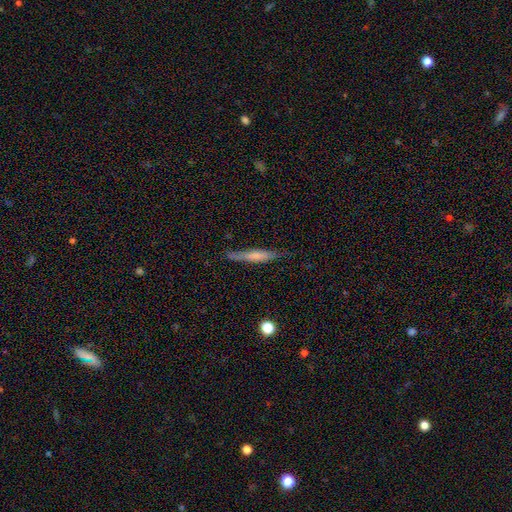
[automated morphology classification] Overall: smooth (53%; featured or disk 40%). How rounded: cigar-shaped (91%). Merging: none (74%).